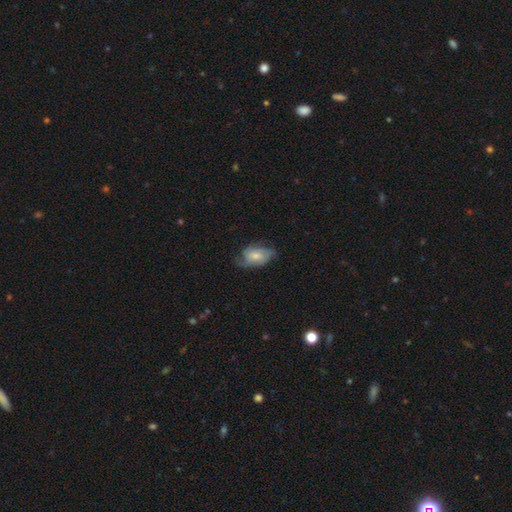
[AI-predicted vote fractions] featured or disk 50%, smooth 43%, star or artifact 7%. Down the decision tree: edge-on disk — no (95%); merging — none (55%).